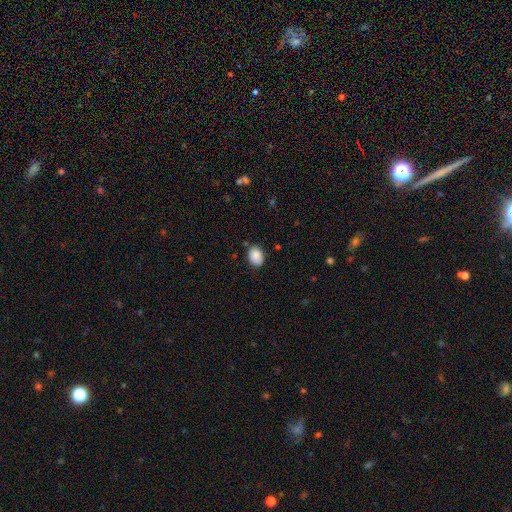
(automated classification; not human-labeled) Morphology: type=smooth (88%); roundness=in between (66%); merging=none (80%).